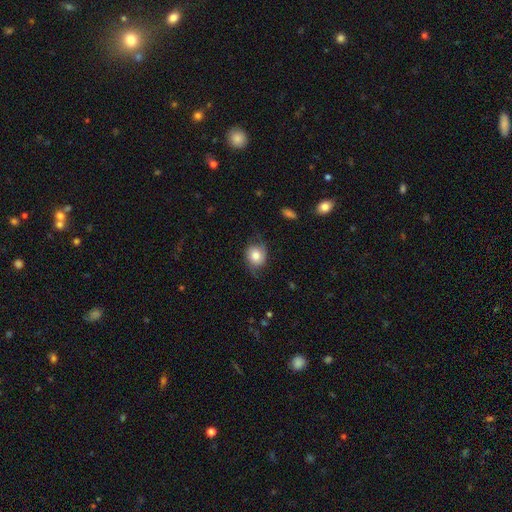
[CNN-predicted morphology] This appears to be a smooth galaxy with no disk features (52%) that is round (67%). Merging: none (62%).